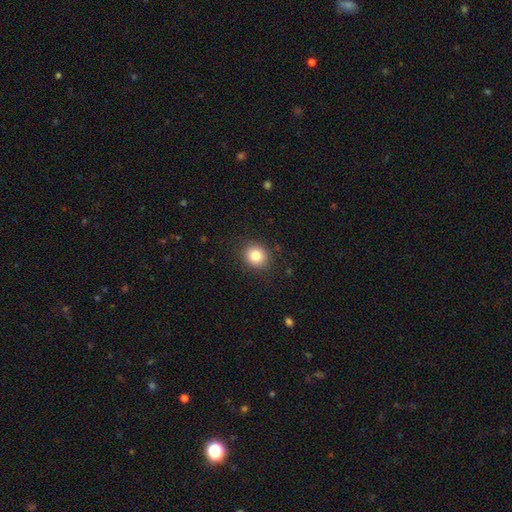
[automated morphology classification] smooth-or-featured: smooth: 83% | star or artifact: 10% | featured or disk: 7%
  how-rounded: round: 76% | in between: 23% | cigar-shaped: 1%
  merging: none: 88% | minor disturbance: 8% | major disturbance: 3% | merger: 1%